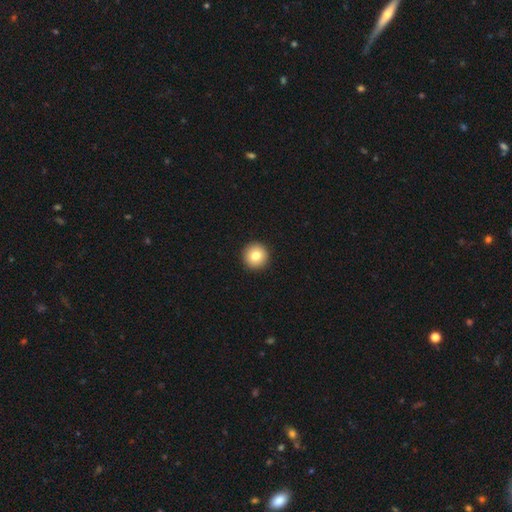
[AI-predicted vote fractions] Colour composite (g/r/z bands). It shows a smooth galaxy with no disk features (81%) that is round (96%). Merging: none (94%).